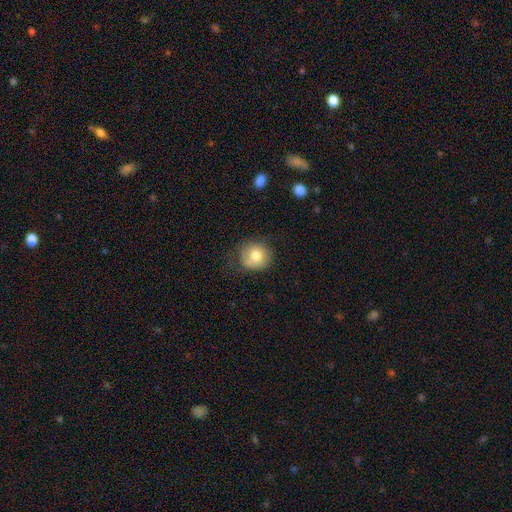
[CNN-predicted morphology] Overall: smooth (74%). How rounded: round (80%). Merging: none (61%; minor disturbance 26%).